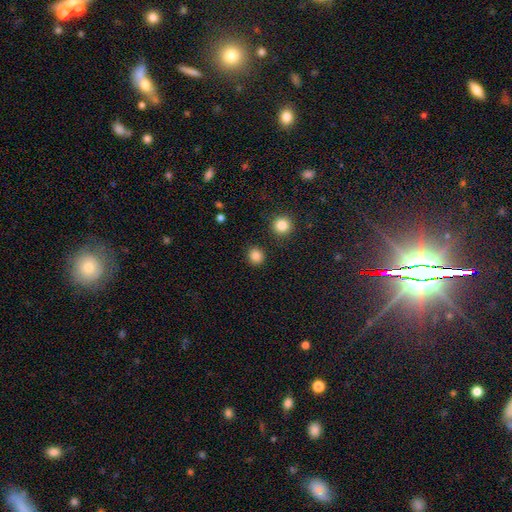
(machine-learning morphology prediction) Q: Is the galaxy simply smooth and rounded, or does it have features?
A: smooth — 85%.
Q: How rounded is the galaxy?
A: round — 85%.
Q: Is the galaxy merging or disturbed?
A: none — 89%.